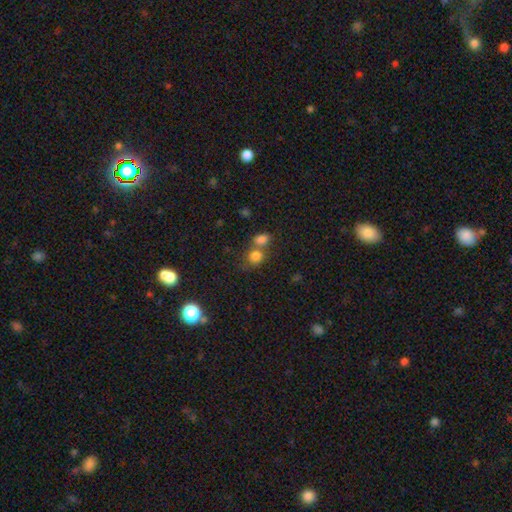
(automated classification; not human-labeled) Q: Smooth or featured?
A: smooth (79%); runner-up: star or artifact (13%)
Q: How rounded?
A: round (72%); runner-up: in between (27%)
Q: Merging?
A: merger (45%); runner-up: none (43%)